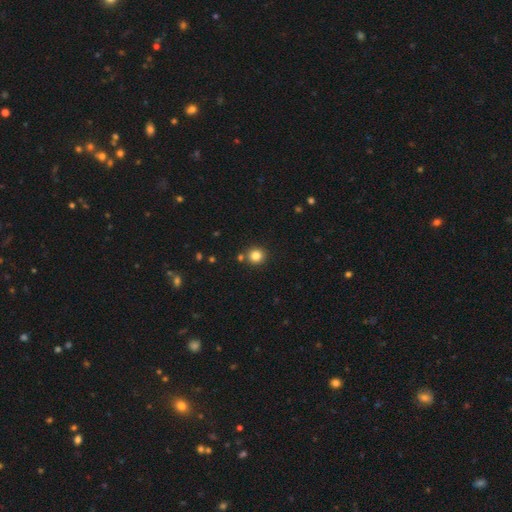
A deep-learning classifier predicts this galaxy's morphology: smooth_or_featured: smooth (p=0.83) [alt: star or artifact p=0.12]
how_rounded: round (p=0.92) [alt: in between p=0.08]
merging: none (p=0.84) [alt: merger p=0.07]